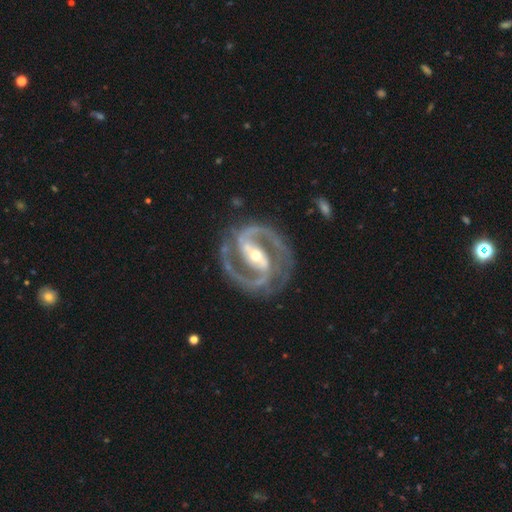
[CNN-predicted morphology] A featured or disk galaxy (93%) with a strong bar (59%), 2 (92%) medium (59%) spiral arms (98%) and a moderate central bulge (51%). Merging: none (81%).